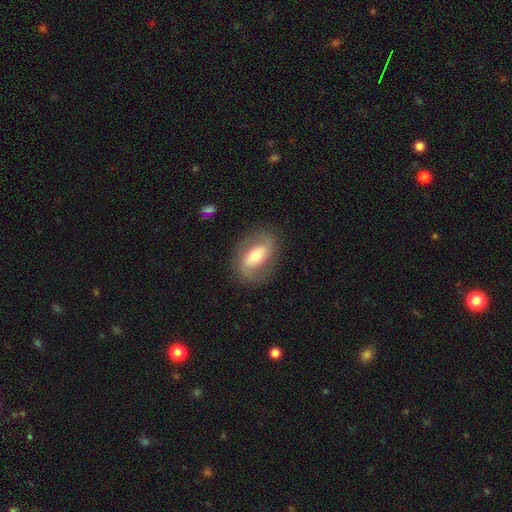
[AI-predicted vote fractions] The model was most divided on "bar": strong: 38%, weak: 35%, no: 27%. More confident: edge-on disk — no (93%); merging — none (80%); spiral arms — yes (76%); smooth or featured — featured or disk (65%); bulge size — moderate (62%).